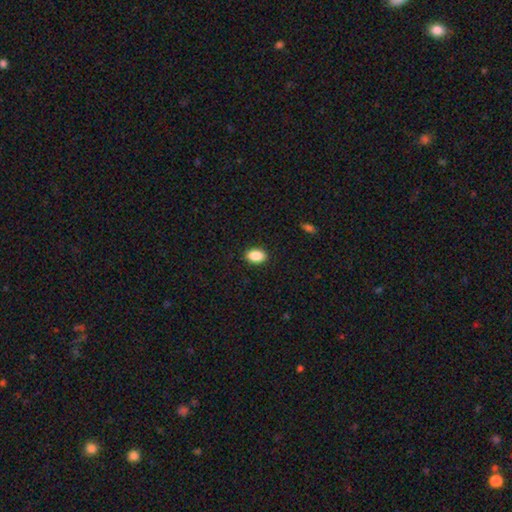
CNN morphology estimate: Smooth or featured: smooth — 88% (star or artifact — 8%)
How rounded: in between — 85% (round — 14%)
Merging: none — 90% (minor disturbance — 7%)